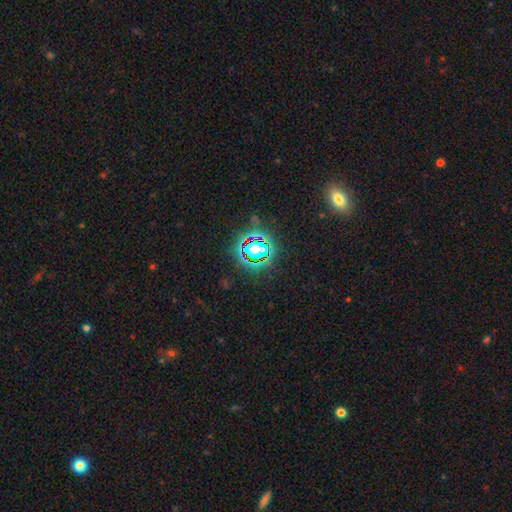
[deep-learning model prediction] smooth-or-featured: star or artifact: 79% | smooth: 13% | featured or disk: 9%